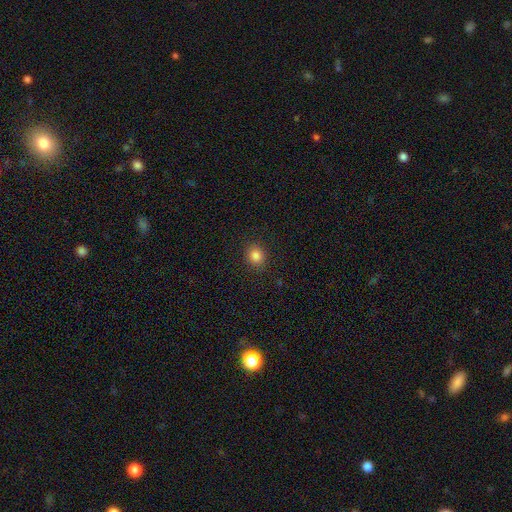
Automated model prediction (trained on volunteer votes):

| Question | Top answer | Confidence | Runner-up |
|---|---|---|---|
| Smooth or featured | smooth | 84% | star or artifact (11%) |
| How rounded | round | 71% | in between (28%) |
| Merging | none | 90% | minor disturbance (7%) |